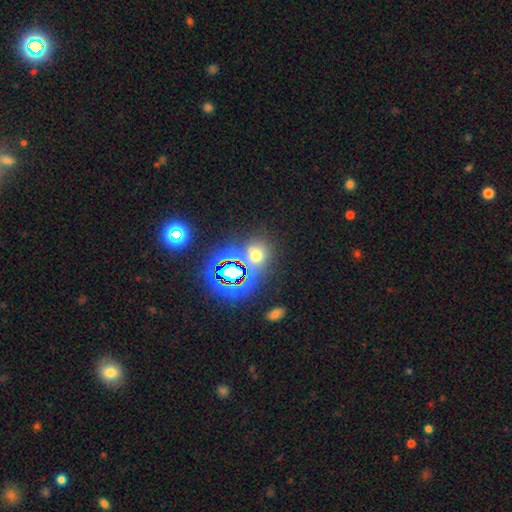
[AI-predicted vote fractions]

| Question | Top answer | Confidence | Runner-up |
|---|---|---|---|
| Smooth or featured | smooth | 47% | star or artifact (43%) |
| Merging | none | 64% | merger (17%) |